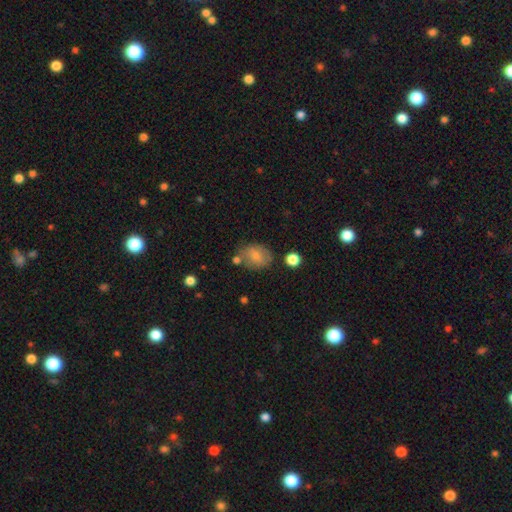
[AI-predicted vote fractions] Smooth or featured?
  - smooth: 75% *
  - featured or disk: 17%
  - star or artifact: 9%
How rounded?
  - in between: 58% *
  - round: 40%
  - cigar-shaped: 1%
Merging?
  - none: 65% *
  - minor disturbance: 20%
  - merger: 9%
  - major disturbance: 6%